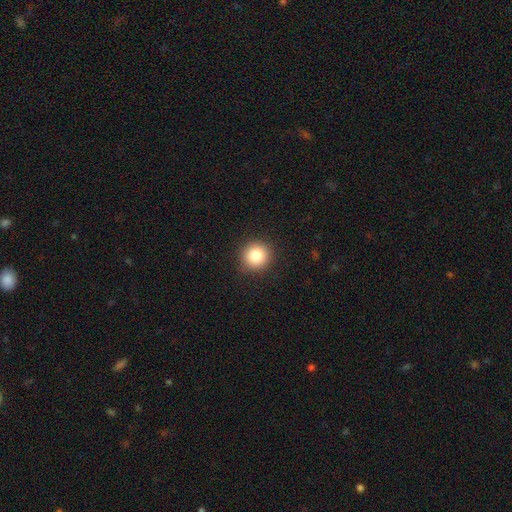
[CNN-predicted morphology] A smooth galaxy with no disk features (84%) that is round (91%). Merging: none (90%).